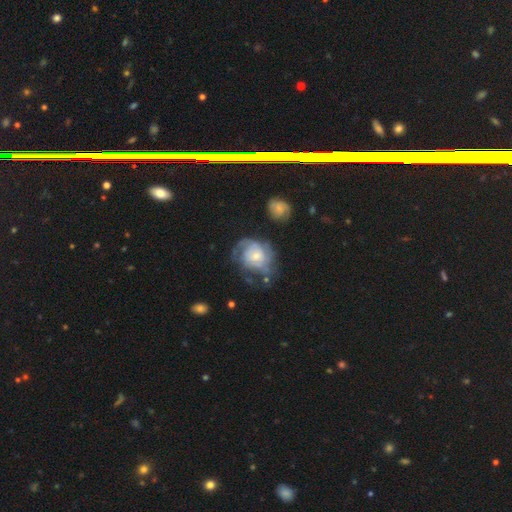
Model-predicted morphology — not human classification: Smooth or featured? Predicted: featured or disk (p=0.72). Edge-on disk? Predicted: no (p=0.98). Bar? Predicted: no (p=0.73). Spiral arms? Predicted: yes (p=0.84). Spiral winding? Predicted: tight (p=0.51). Spiral arm count? Predicted: can't tell (p=0.46). Bulge size? Predicted: small (p=0.55). Merging? Predicted: none (p=0.46).